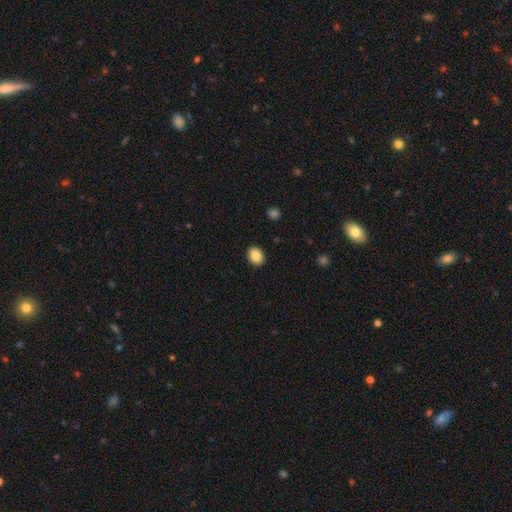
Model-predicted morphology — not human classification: smooth-or-featured: smooth: 87% | star or artifact: 8% | featured or disk: 5%
  how-rounded: in between: 57% | round: 42% | cigar-shaped: 1%
  merging: none: 91% | minor disturbance: 6% | major disturbance: 2% | merger: 1%